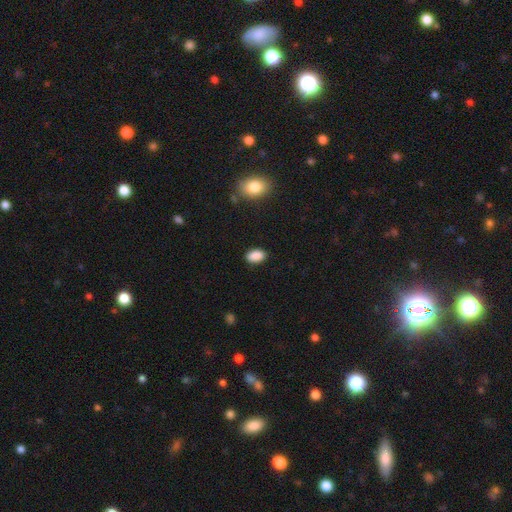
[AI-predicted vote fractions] A smooth galaxy with no disk features (89%) that is in between round and cigar-shaped (91%).

Vote fractions:
- Smooth or featured? smooth: 89% / star or artifact: 8% / featured or disk: 3%
- How rounded? in between: 91% / round: 8% / cigar-shaped: 2%
- Merging? none: 87% / minor disturbance: 10% / major disturbance: 2% / merger: 1%